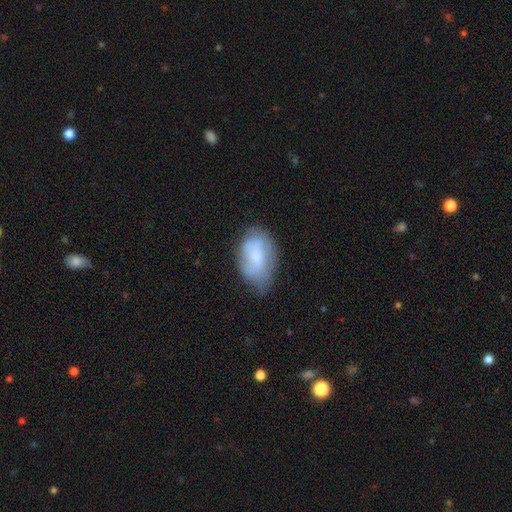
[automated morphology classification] This is likely a smooth galaxy (61%). How rounded: clearly in between (92%). Merging: possibly none (50%).